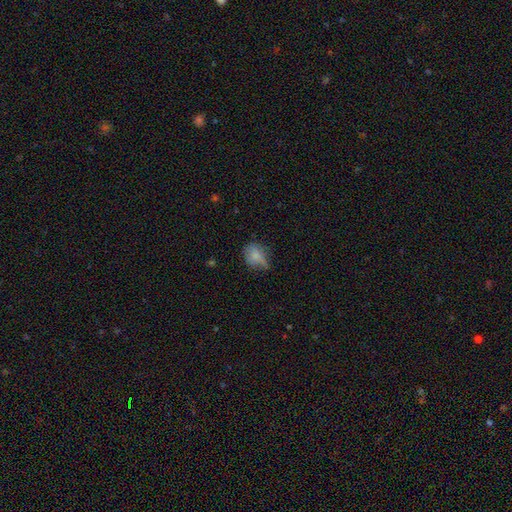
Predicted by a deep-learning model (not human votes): Smooth or featured? smooth (75%)
How rounded? in between (55%)
Merging? none (45%)